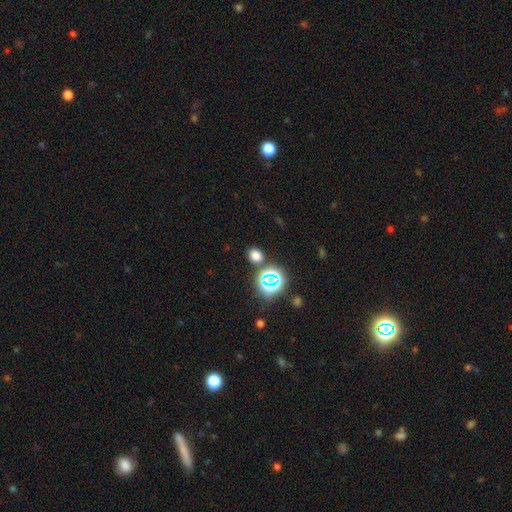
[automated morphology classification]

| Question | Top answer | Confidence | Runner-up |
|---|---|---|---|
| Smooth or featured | smooth | 68% | star or artifact (26%) |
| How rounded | round | 56% | in between (43%) |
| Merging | none | 81% | minor disturbance (9%) |